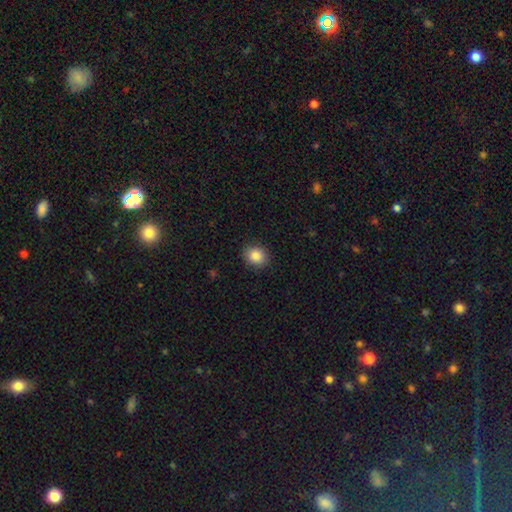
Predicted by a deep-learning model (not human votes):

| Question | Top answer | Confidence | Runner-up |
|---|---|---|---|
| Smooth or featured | smooth | 86% | star or artifact (9%) |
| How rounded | round | 71% | in between (28%) |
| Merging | none | 90% | minor disturbance (7%) |